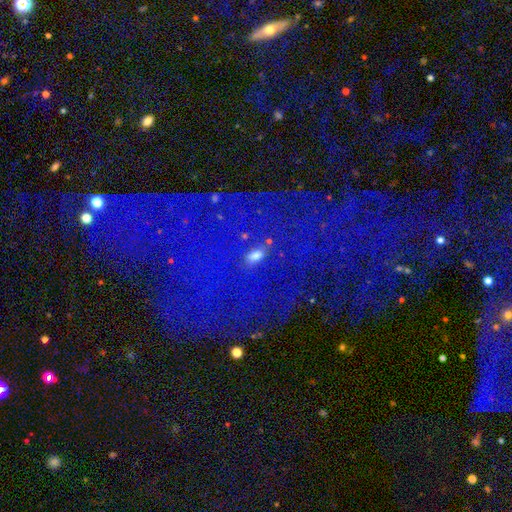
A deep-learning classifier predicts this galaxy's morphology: Smooth or featured? Predicted: smooth (p=0.57). How rounded? Predicted: in between (p=0.76). Merging? Predicted: none (p=0.70).